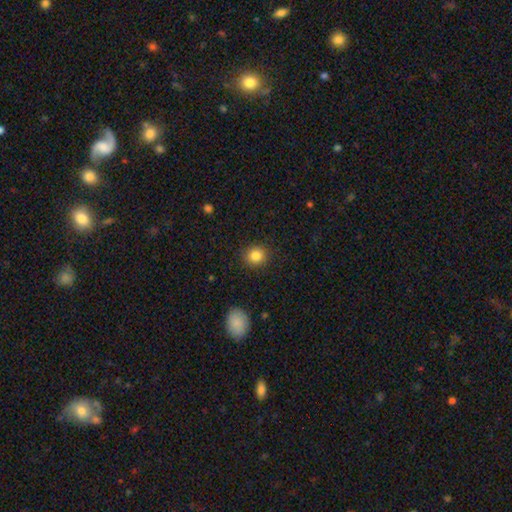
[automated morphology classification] smooth-or-featured: smooth: 85% | star or artifact: 10% | featured or disk: 5%
  how-rounded: round: 86% | in between: 13% | cigar-shaped: 1%
  merging: none: 89% | minor disturbance: 7% | major disturbance: 2% | merger: 1%